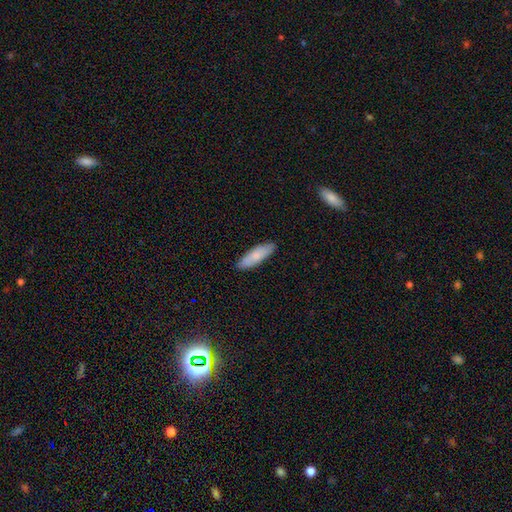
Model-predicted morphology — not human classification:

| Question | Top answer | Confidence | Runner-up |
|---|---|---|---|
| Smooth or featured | smooth | 78% | featured or disk (16%) |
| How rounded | cigar-shaped | 53% | in between (46%) |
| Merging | none | 87% | minor disturbance (10%) |